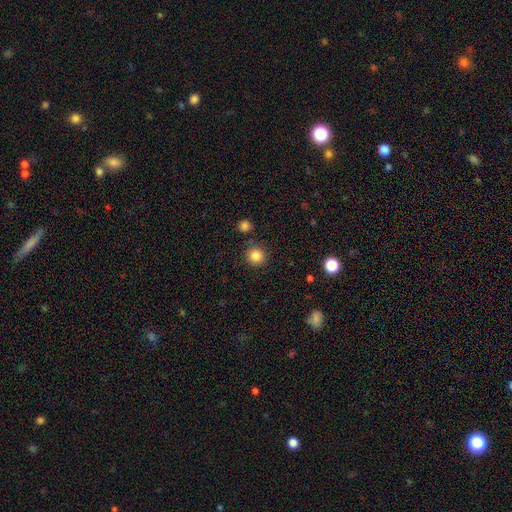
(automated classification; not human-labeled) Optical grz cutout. It shows a smooth galaxy with no disk features (85%) that is round (93%). Merging: none (86%).